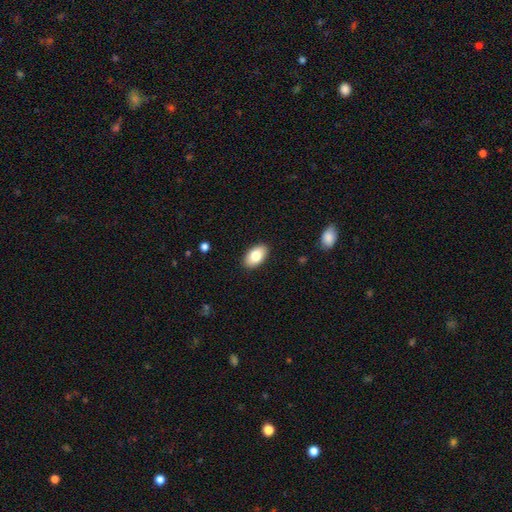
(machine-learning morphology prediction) smooth 81%, featured or disk 12%, star or artifact 7%. Down the decision tree: how rounded — in between (94%); merging — none (89%).